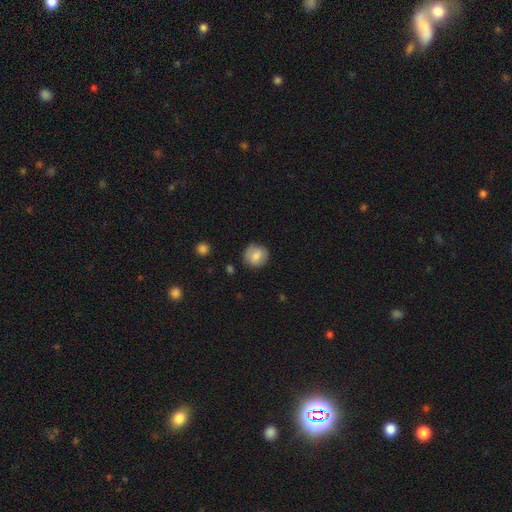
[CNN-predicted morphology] smooth-or-featured: smooth: 81% | featured or disk: 11% | star or artifact: 8%
  how-rounded: round: 86% | in between: 13% | cigar-shaped: 1%
  merging: none: 82% | minor disturbance: 13% | major disturbance: 3% | merger: 2%